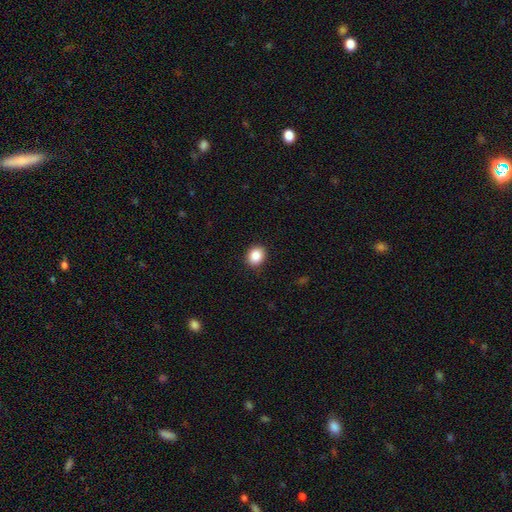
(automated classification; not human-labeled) This is clearly a smooth galaxy (87%). How rounded: likely round (63%). Merging: clearly none (90%).